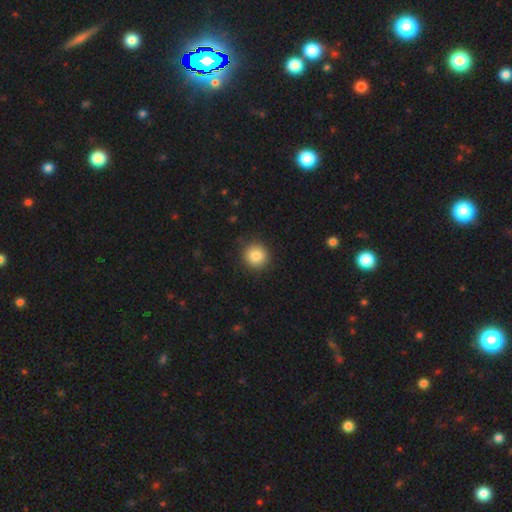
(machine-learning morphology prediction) Smooth or featured? smooth (85%)
How rounded? round (93%)
Merging? none (90%)